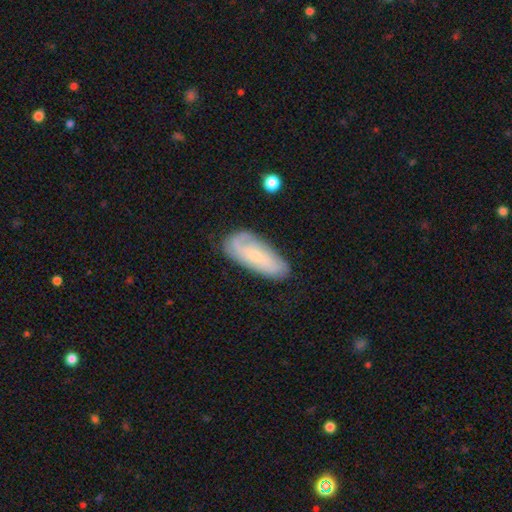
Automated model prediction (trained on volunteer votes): Smooth or featured? featured or disk (54%)
Edge-on disk? no (90%)
Merging? none (71%)